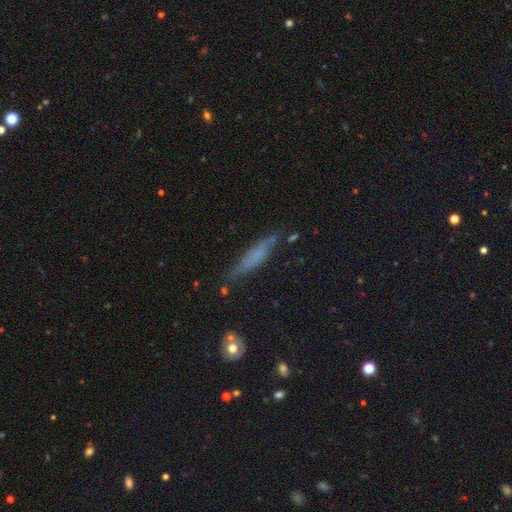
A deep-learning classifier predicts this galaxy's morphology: Smooth or featured?
  - smooth: 54% *
  - featured or disk: 35%
  - star or artifact: 11%
How rounded?
  - cigar-shaped: 85% *
  - in between: 13%
  - round: 2%
Merging?
  - none: 70% *
  - minor disturbance: 21%
  - major disturbance: 6%
  - merger: 4%